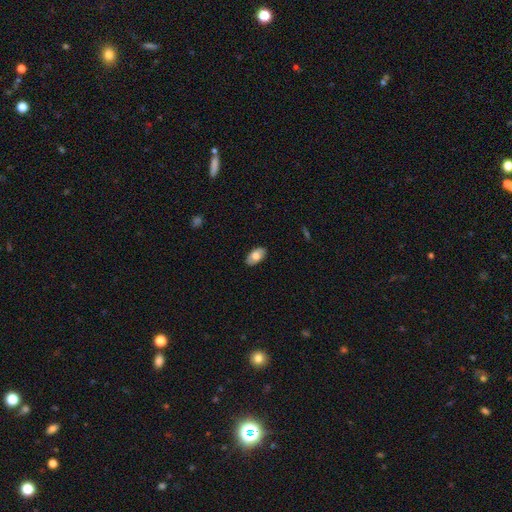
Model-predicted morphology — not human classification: smooth-or-featured: smooth: 74% | featured or disk: 20% | star or artifact: 6%
  how-rounded: in between: 95% | round: 3% | cigar-shaped: 2%
  merging: none: 87% | minor disturbance: 10% | major disturbance: 2% | merger: 1%